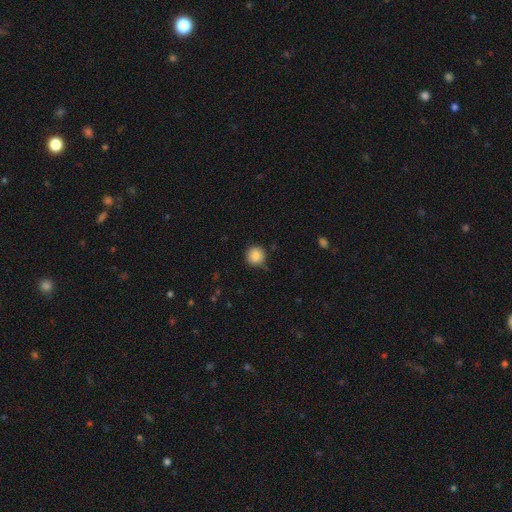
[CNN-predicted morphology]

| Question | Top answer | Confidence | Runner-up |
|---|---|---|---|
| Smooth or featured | smooth | 86% | star or artifact (9%) |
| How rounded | round | 95% | in between (4%) |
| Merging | none | 80% | minor disturbance (15%) |